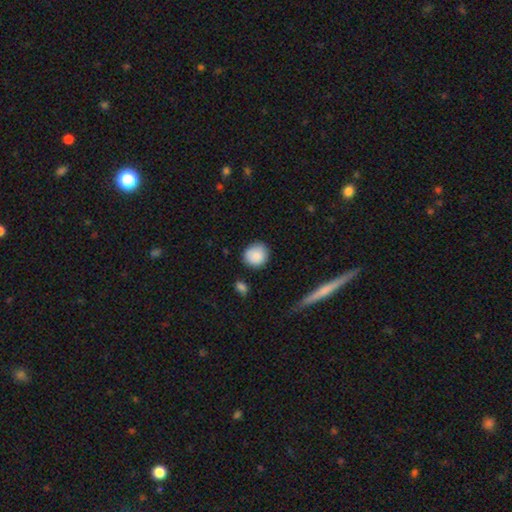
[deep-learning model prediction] Smooth or featured?
  - smooth: 88% *
  - star or artifact: 7%
  - featured or disk: 5%
How rounded?
  - round: 88% *
  - in between: 11%
  - cigar-shaped: 1%
Merging?
  - none: 83% *
  - minor disturbance: 12%
  - major disturbance: 3%
  - merger: 2%